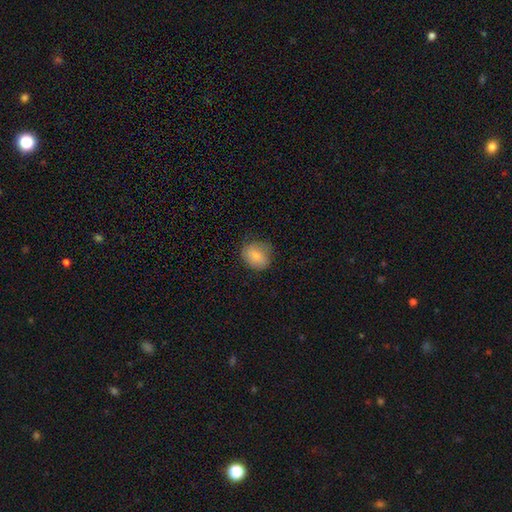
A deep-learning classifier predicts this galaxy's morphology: Smooth or featured?
  - smooth: 78% *
  - featured or disk: 14%
  - star or artifact: 8%
How rounded?
  - round: 62% *
  - in between: 37%
  - cigar-shaped: 1%
Merging?
  - none: 70% *
  - minor disturbance: 23%
  - major disturbance: 6%
  - merger: 1%